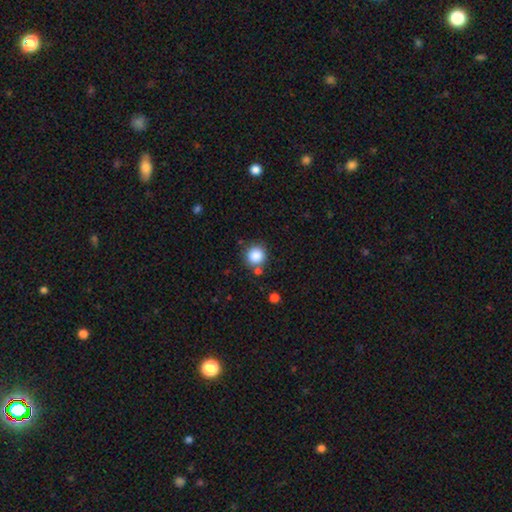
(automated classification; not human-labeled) Smooth or featured?
  - smooth: 85% *
  - star or artifact: 10%
  - featured or disk: 5%
How rounded?
  - round: 91% *
  - in between: 8%
  - cigar-shaped: 1%
Merging?
  - none: 76% *
  - minor disturbance: 11%
  - merger: 10%
  - major disturbance: 4%